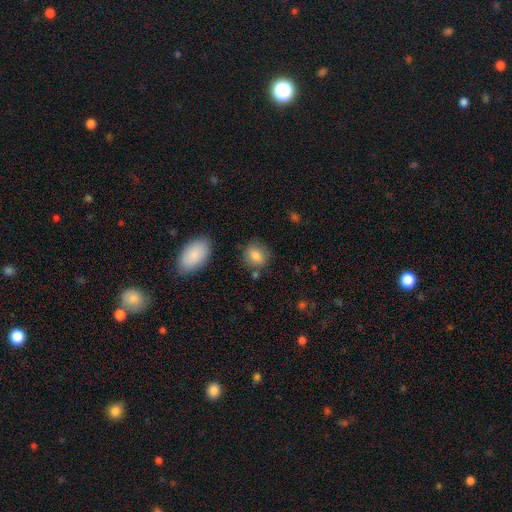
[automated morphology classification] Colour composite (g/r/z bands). It shows a smooth galaxy with no disk features (83%) that is round (69%). Merging: none (80%).